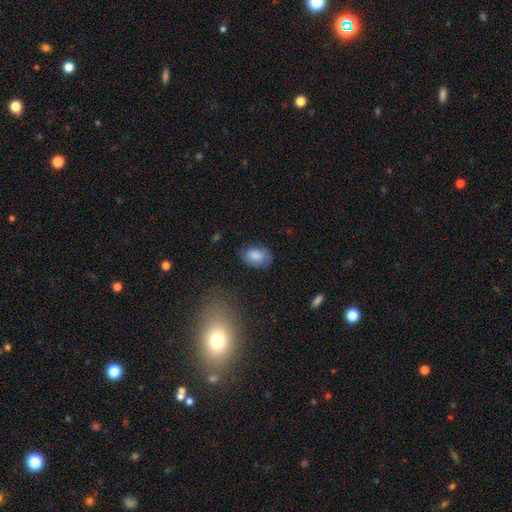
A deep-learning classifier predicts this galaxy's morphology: Smooth or featured? smooth (81%)
How rounded? in between (86%)
Merging? none (69%)